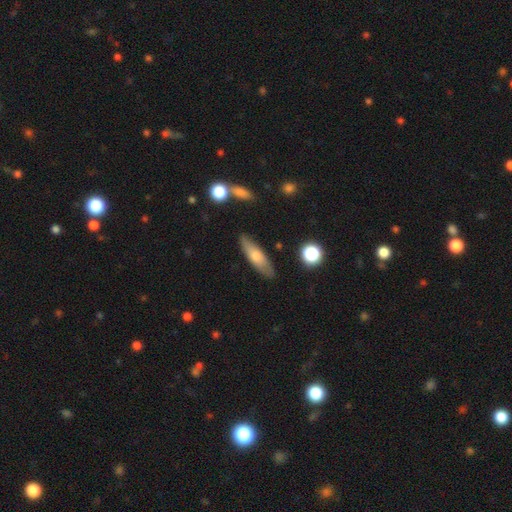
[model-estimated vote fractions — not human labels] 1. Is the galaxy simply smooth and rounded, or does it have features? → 63% smooth, 30% featured or disk, 7% star or artifact.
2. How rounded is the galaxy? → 58% cigar-shaped, 40% in between, 2% round.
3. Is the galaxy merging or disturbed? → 82% none, 13% minor disturbance, 3% major disturbance, 2% merger.